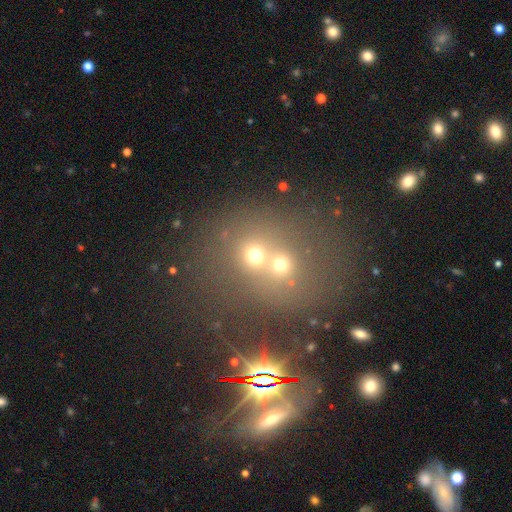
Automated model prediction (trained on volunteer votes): Overall: smooth (45%; star or artifact 39%). Merging: merger (54%; none 35%).